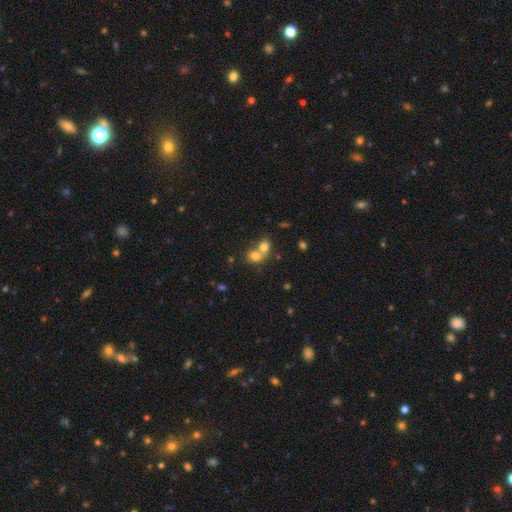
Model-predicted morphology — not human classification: A smooth galaxy with no disk features (74%) that is round (62%). Merging: merger (67%).